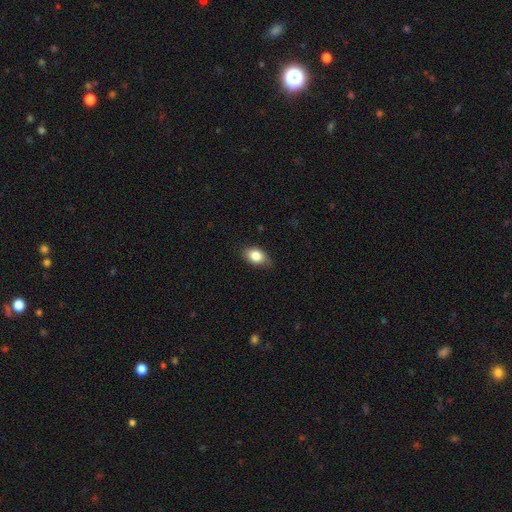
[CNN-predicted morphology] A smooth galaxy with no disk features (84%) that is in between round and cigar-shaped (85%).

Vote fractions:
- Smooth or featured? smooth: 84% / featured or disk: 9% / star or artifact: 8%
- How rounded? in between: 85% / round: 13% / cigar-shaped: 2%
- Merging? none: 79% / minor disturbance: 17% / major disturbance: 3% / merger: 1%